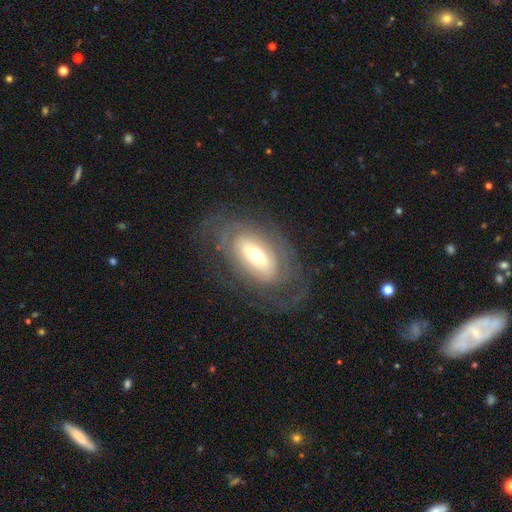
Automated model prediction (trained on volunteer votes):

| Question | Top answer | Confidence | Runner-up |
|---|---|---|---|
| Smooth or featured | featured or disk | 70% | smooth (23%) |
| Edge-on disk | no | 90% | yes (10%) |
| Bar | no | 42% | weak (30%) |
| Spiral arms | yes | 67% | no (33%) |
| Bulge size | moderate | 56% | small (29%) |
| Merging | none | 70% | minor disturbance (16%) |